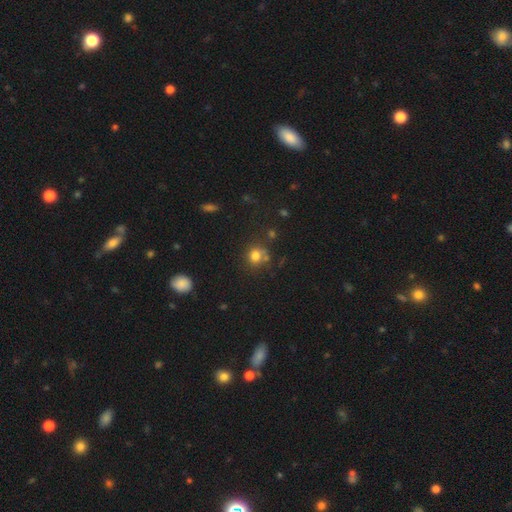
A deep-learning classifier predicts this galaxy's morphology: Overall: smooth (77%). How rounded: round (83%). Merging: none (67%).